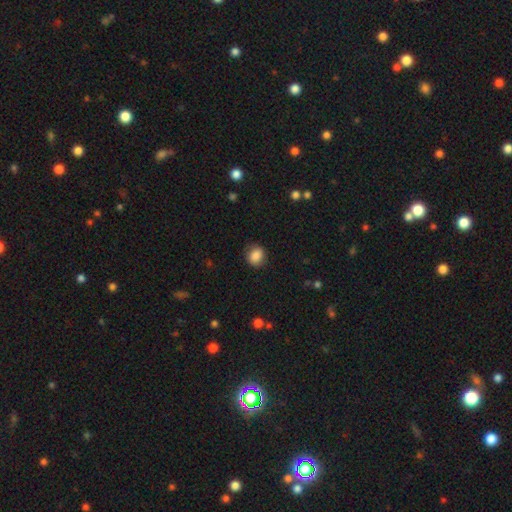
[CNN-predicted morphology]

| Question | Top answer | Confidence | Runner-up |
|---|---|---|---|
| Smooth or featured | smooth | 86% | star or artifact (9%) |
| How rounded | round | 75% | in between (24%) |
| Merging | none | 84% | minor disturbance (12%) |